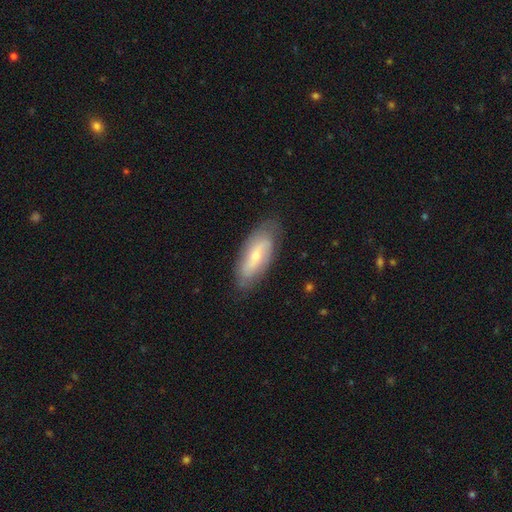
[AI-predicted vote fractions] A featured or disk galaxy (57%). Merging: none (81%).